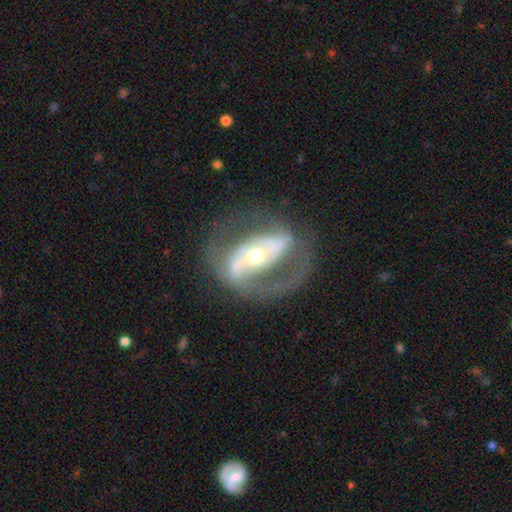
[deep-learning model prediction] Overall: featured or disk (84%). Edge-on disk: no (95%). Bar: strong (41%; no 32%). Spiral arms: yes (82%). Spiral arm count: 2 (76%). Spiral winding: medium (48%; loose 27%). Bulge size: moderate (62%; small 30%). Merging: none (58%; major disturbance 22%).